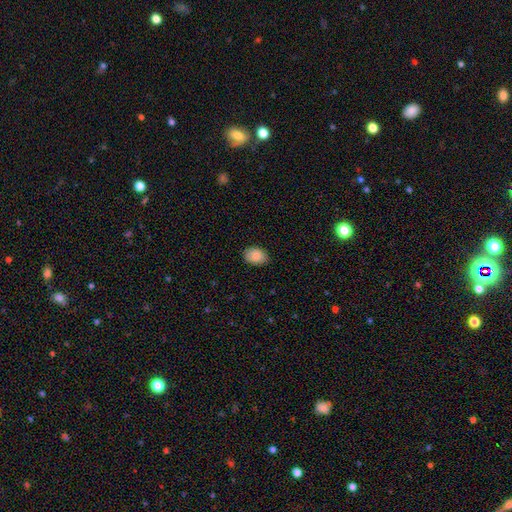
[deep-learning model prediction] Smooth or featured?
  - smooth: 89% *
  - star or artifact: 7%
  - featured or disk: 4%
How rounded?
  - in between: 75% *
  - round: 25%
  - cigar-shaped: 1%
Merging?
  - none: 84% *
  - minor disturbance: 13%
  - major disturbance: 2%
  - merger: 1%